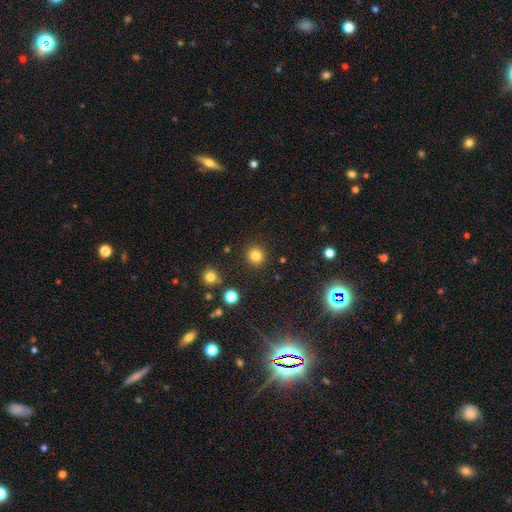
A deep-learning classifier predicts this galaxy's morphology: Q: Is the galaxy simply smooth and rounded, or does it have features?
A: smooth — 82%.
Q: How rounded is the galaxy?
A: round — 93%.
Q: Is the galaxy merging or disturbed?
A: none — 91%.